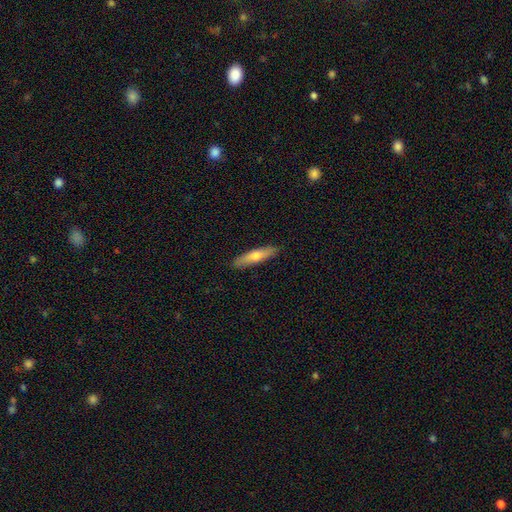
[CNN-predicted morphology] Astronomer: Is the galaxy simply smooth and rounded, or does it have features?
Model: smooth — 58% (runner-up: featured or disk, 36%).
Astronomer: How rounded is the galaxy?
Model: cigar-shaped — 83%.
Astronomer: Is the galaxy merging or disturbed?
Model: none — 89%.